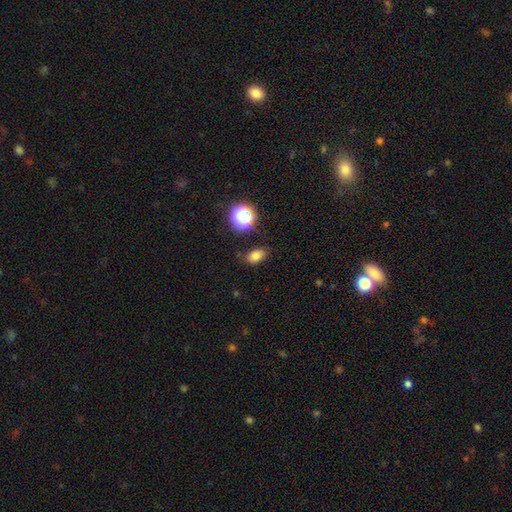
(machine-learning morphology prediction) Smooth or featured?
  - smooth: 77% *
  - star or artifact: 16%
  - featured or disk: 7%
How rounded?
  - in between: 79% *
  - round: 20%
  - cigar-shaped: 2%
Merging?
  - none: 80% *
  - minor disturbance: 14%
  - major disturbance: 4%
  - merger: 3%